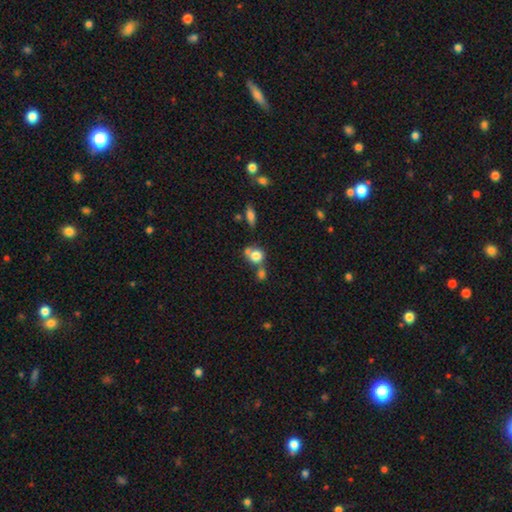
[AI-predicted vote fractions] Morphology: type=smooth (78%); roundness=round (79%); merging=none (43%).